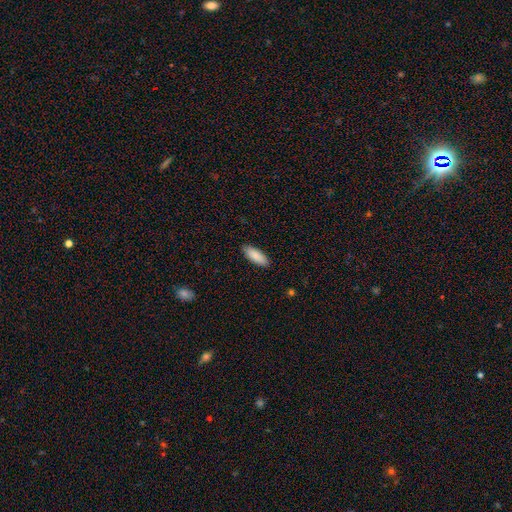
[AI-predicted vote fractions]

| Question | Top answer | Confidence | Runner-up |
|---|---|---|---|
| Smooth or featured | smooth | 89% | star or artifact (5%) |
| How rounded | in between | 71% | cigar-shaped (27%) |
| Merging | none | 89% | minor disturbance (8%) |